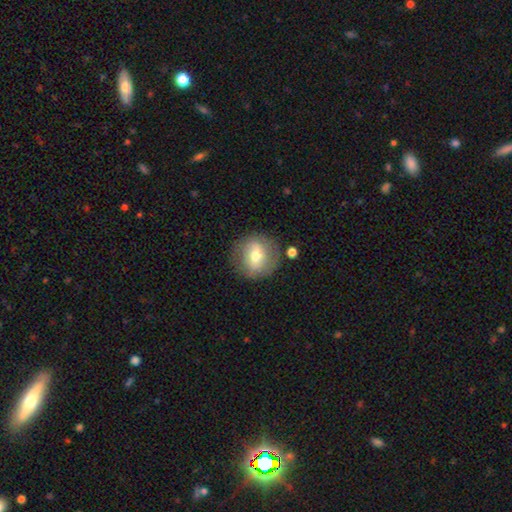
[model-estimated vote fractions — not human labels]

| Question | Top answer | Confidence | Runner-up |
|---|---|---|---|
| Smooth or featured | smooth | 56% | featured or disk (36%) |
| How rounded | round | 85% | in between (14%) |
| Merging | none | 79% | minor disturbance (13%) |